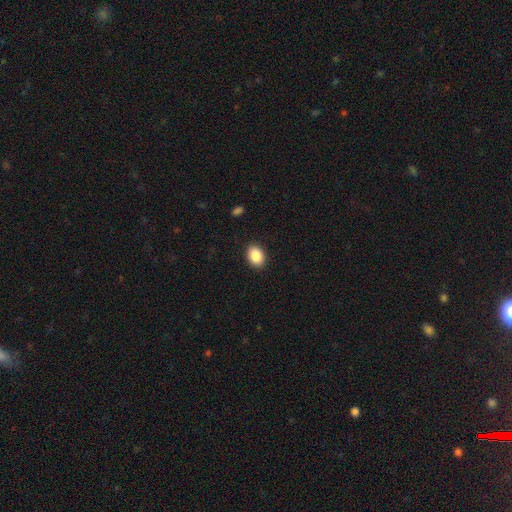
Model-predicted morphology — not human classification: Q: Smooth or featured?
A: smooth (89%); runner-up: star or artifact (8%)
Q: How rounded?
A: in between (73%); runner-up: round (26%)
Q: Merging?
A: none (90%); runner-up: minor disturbance (7%)